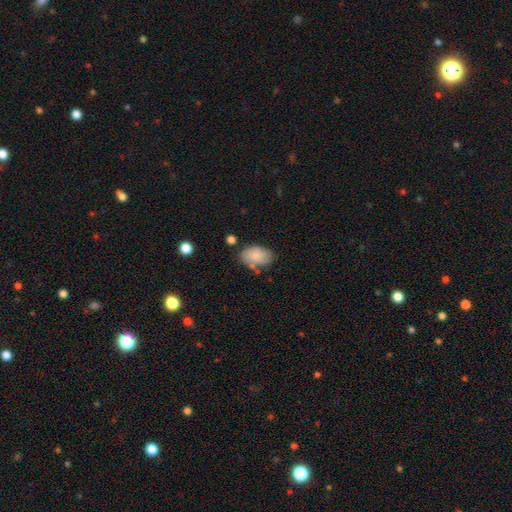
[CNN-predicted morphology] Smooth or featured: smooth — 82% (featured or disk — 11%)
How rounded: in between — 92% (round — 7%)
Merging: none — 64% (minor disturbance — 22%)